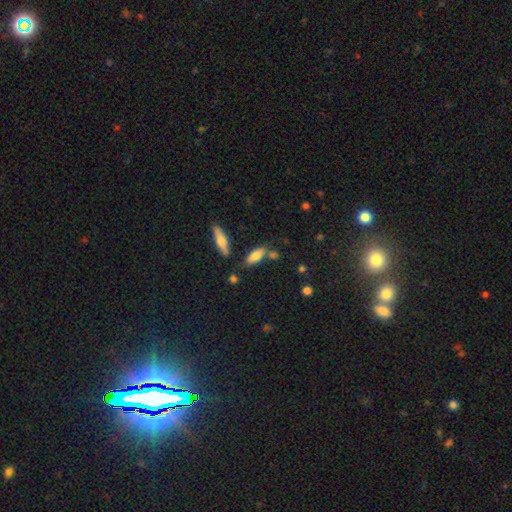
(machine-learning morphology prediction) Smooth or featured?
  - smooth: 75% *
  - featured or disk: 17%
  - star or artifact: 8%
How rounded?
  - in between: 71% *
  - cigar-shaped: 27%
  - round: 2%
Merging?
  - none: 67% *
  - minor disturbance: 16%
  - merger: 13%
  - major disturbance: 4%